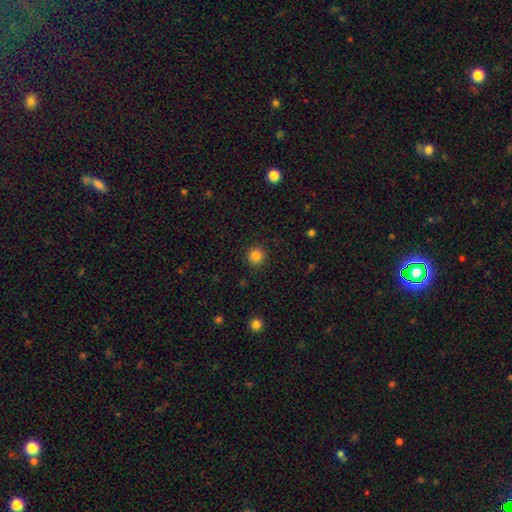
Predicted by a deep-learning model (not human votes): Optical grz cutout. It shows a smooth galaxy with no disk features (84%) that is round (94%). Merging: none (91%).